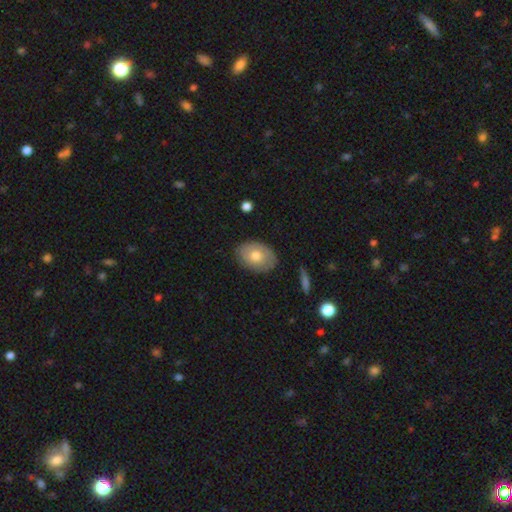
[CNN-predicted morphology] smooth_or_featured: smooth (p=0.67) [alt: featured or disk p=0.27]
how_rounded: in between (p=0.80) [alt: round p=0.19]
merging: none (p=0.83) [alt: minor disturbance p=0.13]